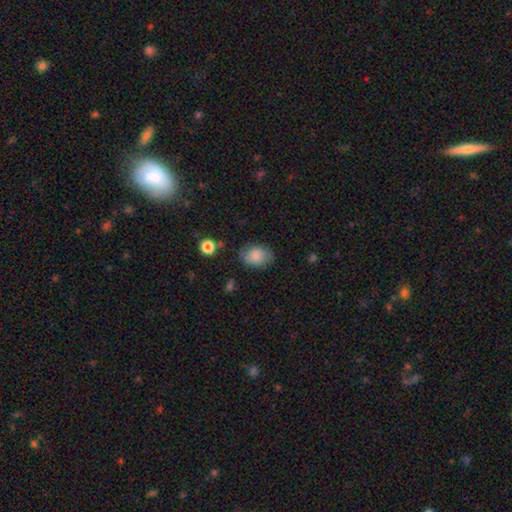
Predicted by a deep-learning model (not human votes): A smooth galaxy with no disk features (79%) that is in between round and cigar-shaped (73%).

Vote fractions:
- Smooth or featured? smooth: 79% / featured or disk: 12% / star or artifact: 8%
- How rounded? in between: 73% / round: 25% / cigar-shaped: 1%
- Merging? none: 71% / minor disturbance: 21% / major disturbance: 6% / merger: 2%